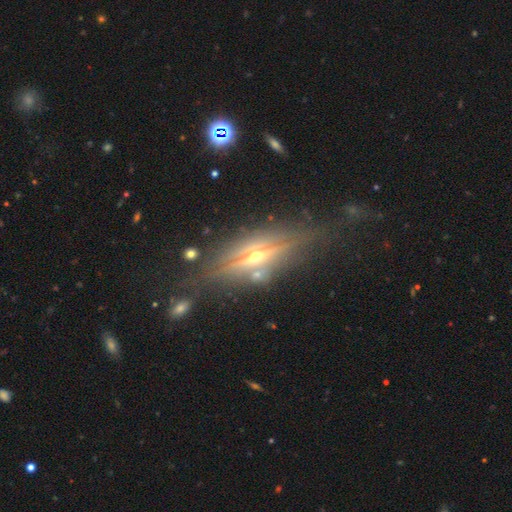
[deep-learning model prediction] A featured or disk galaxy (74%) viewed edge-on (88%) with a rounded central bulge (94%).

Vote fractions:
- Smooth or featured? featured or disk: 74% / smooth: 16% / star or artifact: 10%
- Edge-on disk? yes: 88% / no: 12%
- Edge-on bulge? rounded: 94% / none: 3% / boxy: 3%
- Merging? none: 75% / minor disturbance: 14% / major disturbance: 7% / merger: 4%